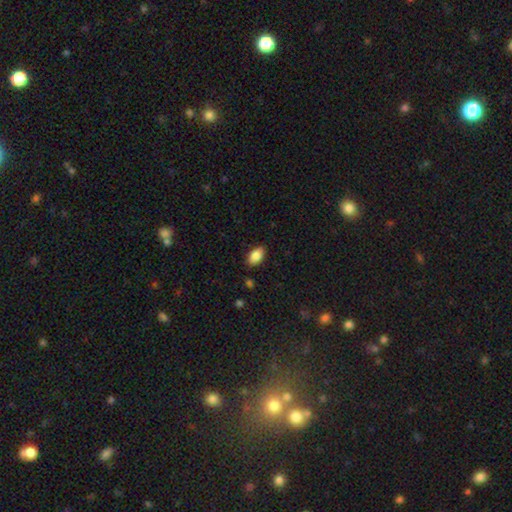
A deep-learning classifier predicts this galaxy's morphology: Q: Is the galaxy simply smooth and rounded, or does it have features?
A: smooth — 86%.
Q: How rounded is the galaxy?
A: in between — 92%.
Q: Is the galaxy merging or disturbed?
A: none — 86%.